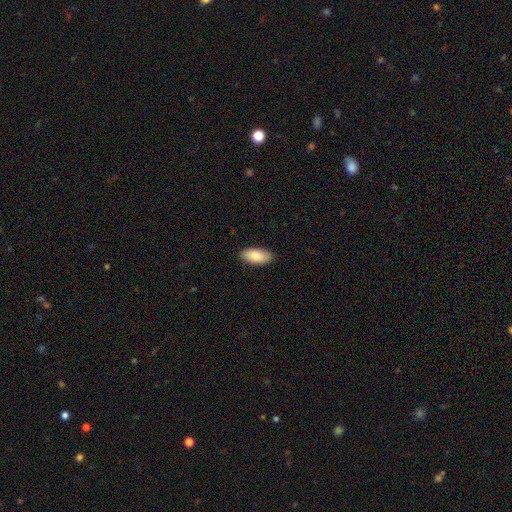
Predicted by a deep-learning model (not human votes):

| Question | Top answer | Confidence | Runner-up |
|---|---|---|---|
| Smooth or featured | smooth | 85% | featured or disk (9%) |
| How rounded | in between | 92% | cigar-shaped (6%) |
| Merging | none | 88% | minor disturbance (9%) |